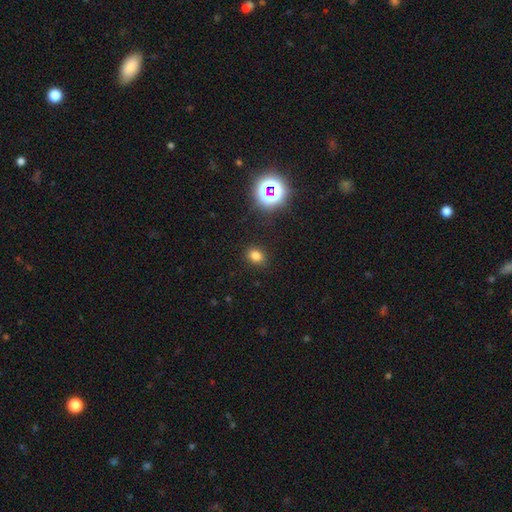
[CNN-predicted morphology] smooth_or_featured: smooth (p=0.76) [alt: star or artifact p=0.19]
how_rounded: in between (p=0.57) [alt: round p=0.42]
merging: none (p=0.88) [alt: minor disturbance p=0.08]